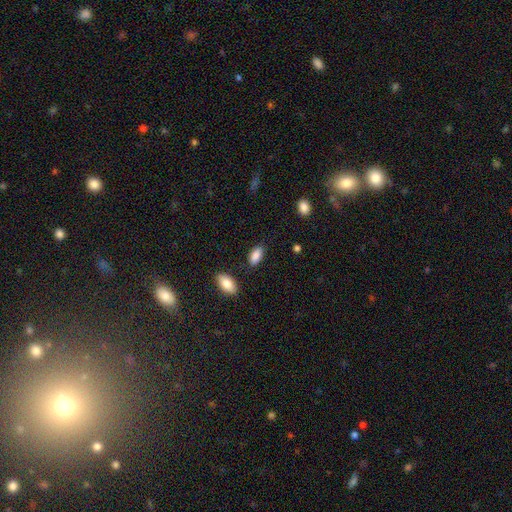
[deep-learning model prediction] A smooth galaxy with no disk features (88%) that is in between round and cigar-shaped (92%). Merging: none (82%).